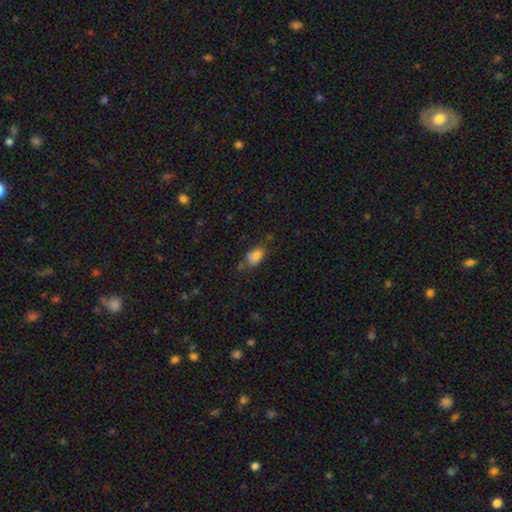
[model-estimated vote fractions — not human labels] Overall: smooth (82%). How rounded: in between (84%). Merging: none (56%; minor disturbance 26%).